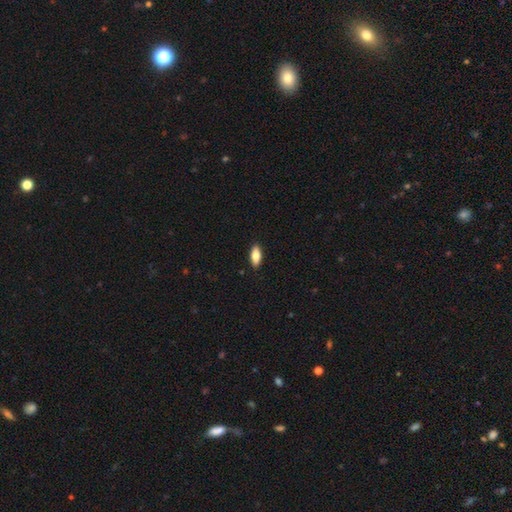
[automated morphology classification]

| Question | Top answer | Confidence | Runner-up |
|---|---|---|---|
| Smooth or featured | smooth | 78% | featured or disk (16%) |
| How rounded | in between | 83% | cigar-shaped (14%) |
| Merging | none | 90% | minor disturbance (7%) |